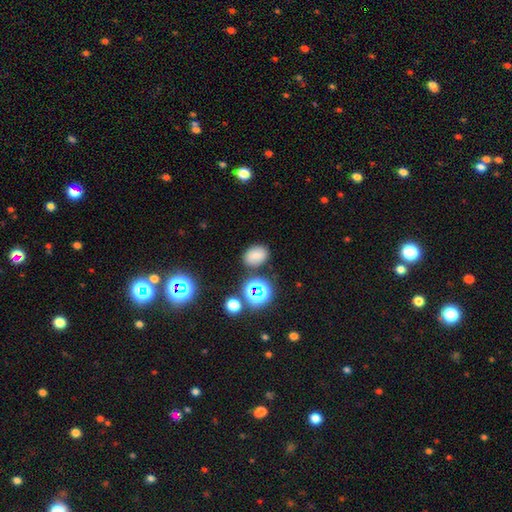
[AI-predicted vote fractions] Smooth or featured? smooth (74%)
How rounded? in between (72%)
Merging? none (80%)